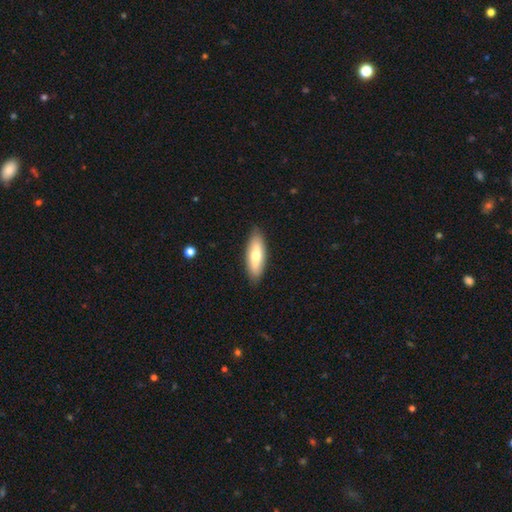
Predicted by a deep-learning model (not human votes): The model was most divided on "how rounded": in between: 65%, cigar-shaped: 33%, round: 2%. More confident: merging — none (87%); smooth or featured — smooth (65%).